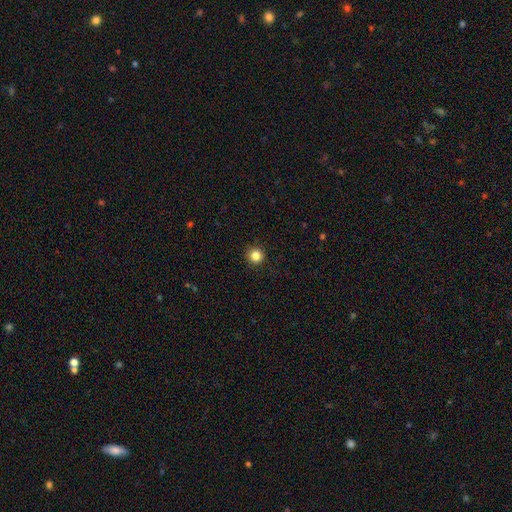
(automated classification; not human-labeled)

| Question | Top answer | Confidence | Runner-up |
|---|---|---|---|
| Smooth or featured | smooth | 84% | star or artifact (11%) |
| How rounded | round | 95% | in between (4%) |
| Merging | none | 93% | minor disturbance (5%) |